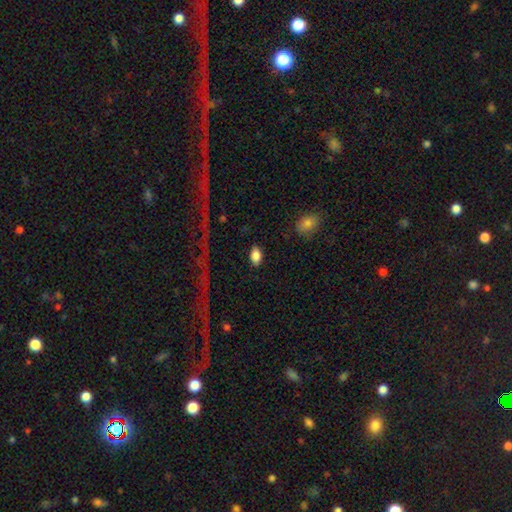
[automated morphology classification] The model was most divided on "merging": none: 85%, minor disturbance: 10%, major disturbance: 3%, merger: 2%. More confident: how rounded — in between (89%); smooth or featured — smooth (84%).